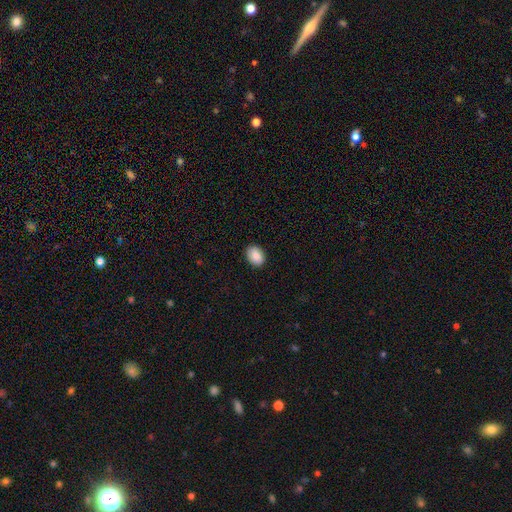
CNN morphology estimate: This is clearly a smooth galaxy (90%). How rounded: clearly in between (81%). Merging: clearly none (90%).